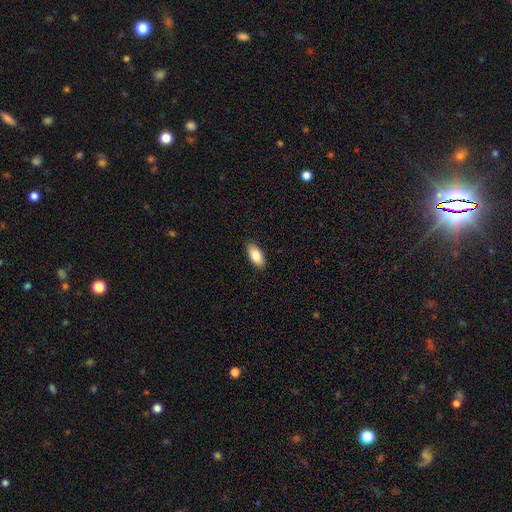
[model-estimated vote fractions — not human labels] smooth-or-featured: smooth: 83% | featured or disk: 11% | star or artifact: 7%
  how-rounded: in between: 90% | cigar-shaped: 7% | round: 3%
  merging: none: 89% | minor disturbance: 8% | major disturbance: 2% | merger: 1%